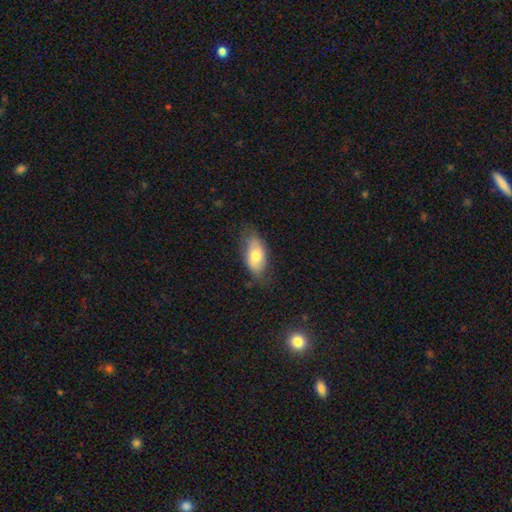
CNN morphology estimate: smooth_or_featured: smooth (p=0.68) [alt: featured or disk p=0.25]
how_rounded: in between (p=0.91) [alt: cigar-shaped p=0.05]
merging: none (p=0.67) [alt: minor disturbance p=0.25]